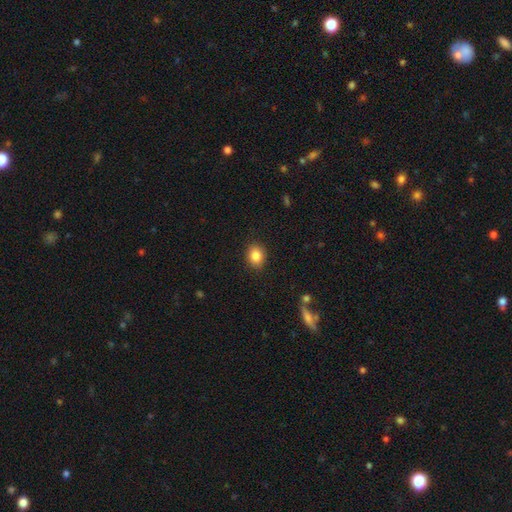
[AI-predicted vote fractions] This appears to be a smooth galaxy with no disk features (85%) that is round (54%). Merging: none (90%).